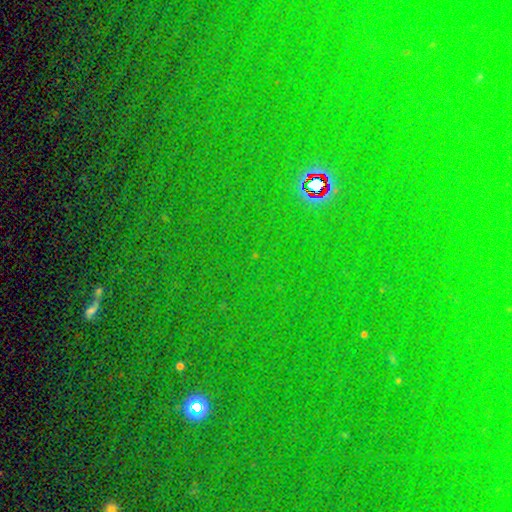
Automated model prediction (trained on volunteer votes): This appears to be a star or artifact, not a galaxy (80%).